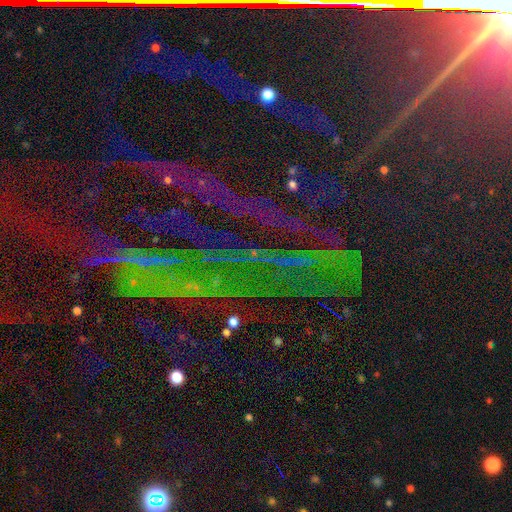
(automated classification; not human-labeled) Q: Smooth or featured?
A: star or artifact (88%); runner-up: featured or disk (7%)